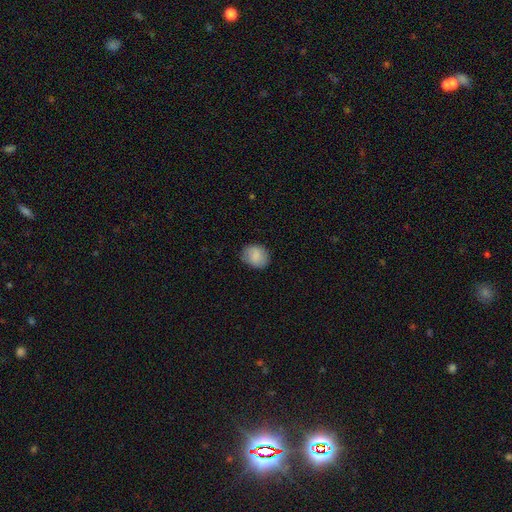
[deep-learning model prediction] smooth-or-featured: smooth: 86% | star or artifact: 7% | featured or disk: 7%
  how-rounded: round: 54% | in between: 45% | cigar-shaped: 1%
  merging: none: 80% | minor disturbance: 15% | major disturbance: 3% | merger: 1%